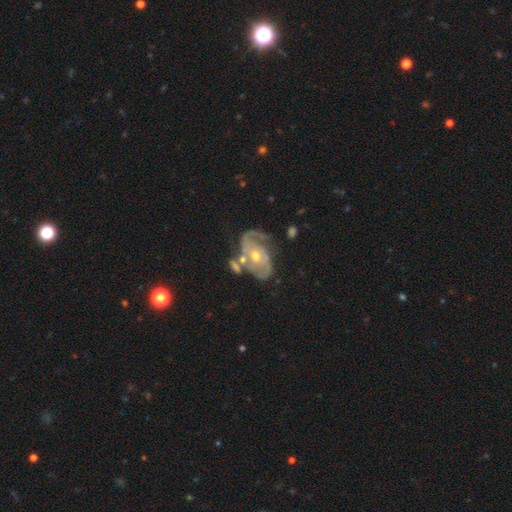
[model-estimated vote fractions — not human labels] Smooth or featured: featured or disk — 86% (smooth — 8%)
Edge-on disk: no — 97% (yes — 3%)
Bar: no — 65% (weak — 27%)
Spiral arms: yes — 94% (no — 6%)
Spiral winding: tight — 42% (tied with medium — 42%)
Spiral arm count: 2 — 65% (can't tell — 14%)
Bulge size: moderate — 58% (small — 38%)
Merging: none — 45% (minor disturbance — 23%)